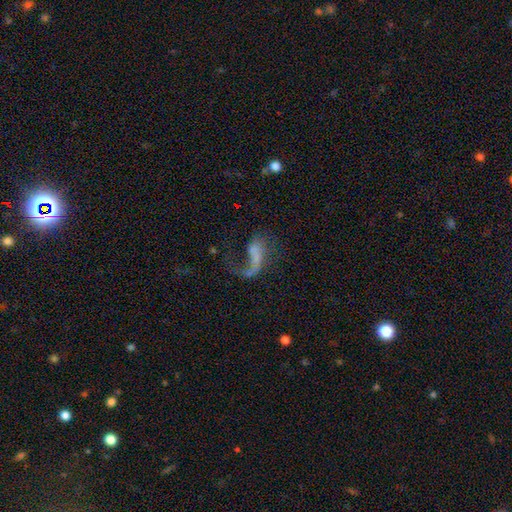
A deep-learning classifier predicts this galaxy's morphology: Smooth or featured: featured or disk — 62% (smooth — 26%)
Edge-on disk: no — 96% (yes — 4%)
Bar: no — 64% (weak — 24%)
Spiral arms: yes — 69% (no — 31%)
Bulge size: none — 63% (small — 19%)
Merging: major disturbance — 51% (none — 28%)